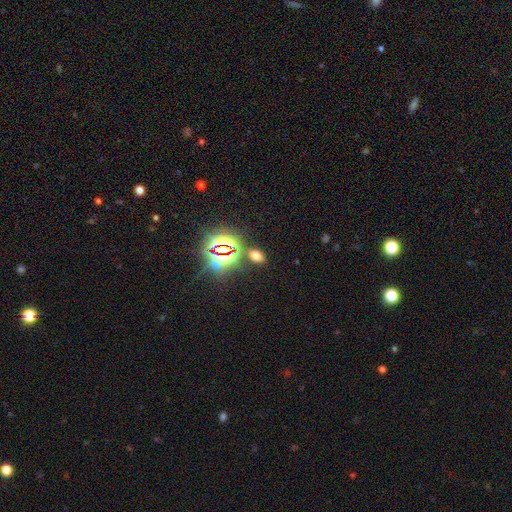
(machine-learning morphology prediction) Smooth or featured?
  - smooth: 53% *
  - star or artifact: 38%
  - featured or disk: 9%
How rounded?
  - in between: 82% *
  - round: 14%
  - cigar-shaped: 4%
Merging?
  - none: 82% *
  - minor disturbance: 9%
  - merger: 6%
  - major disturbance: 3%